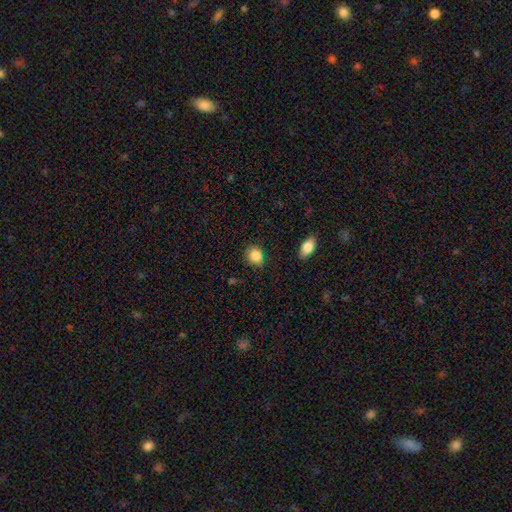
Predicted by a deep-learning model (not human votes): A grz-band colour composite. It shows a smooth galaxy with no disk features (86%) that is round (56%). Merging: none (83%).